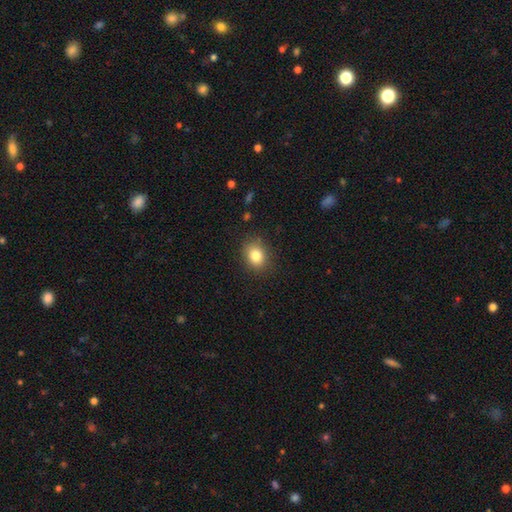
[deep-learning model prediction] Smooth or featured? Predicted: smooth (p=0.82). How rounded? Predicted: round (p=0.51). Merging? Predicted: none (p=0.85).